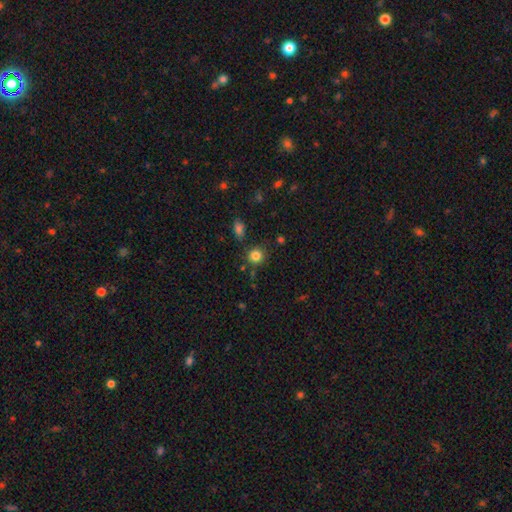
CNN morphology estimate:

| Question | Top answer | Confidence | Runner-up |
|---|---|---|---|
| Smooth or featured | smooth | 83% | star or artifact (12%) |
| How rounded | round | 87% | in between (12%) |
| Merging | none | 80% | minor disturbance (11%) |